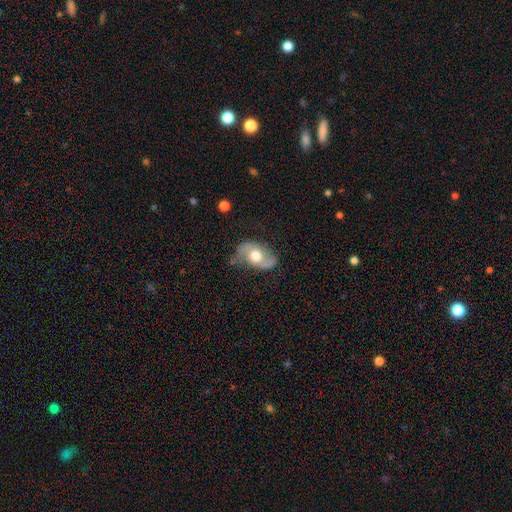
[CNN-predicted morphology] This is likely a featured or disk galaxy (69%). It is clearly not viewed edge-on (94%). Bar: likely no (70%). Spiral arm pattern: clearly yes (82%). Spiral arm count: clearly 2 (89%). Spiral winding: possibly loose (47%). Central bulge: possibly moderate (58%). Merging: likely none (61%).